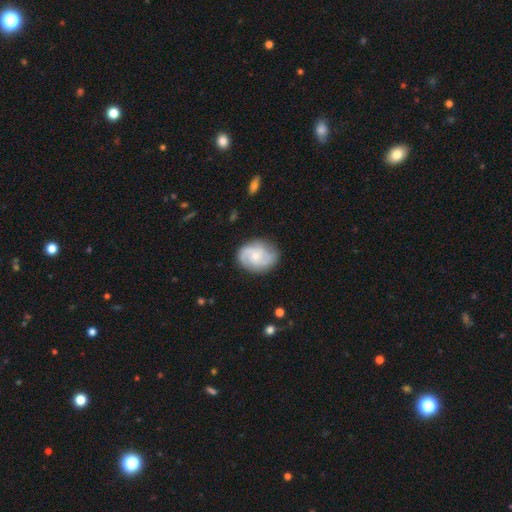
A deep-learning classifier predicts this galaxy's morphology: This appears to be a featured or disk galaxy (75%) with no bar (69%), 2 (66%) medium (44%) spiral arms (94%) and a small central bulge (63%). Merging: none (78%).